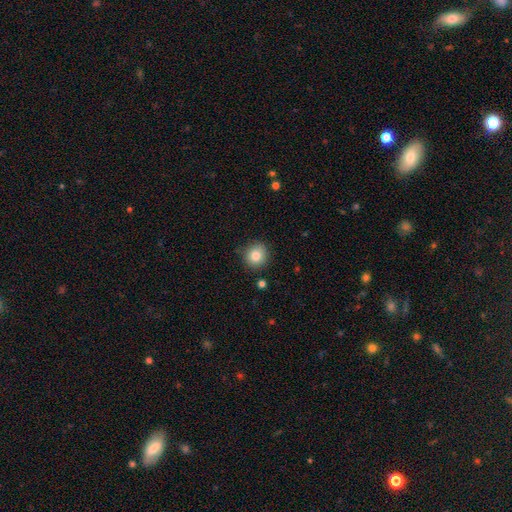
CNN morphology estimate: smooth 82%, star or artifact 10%, featured or disk 8%. Down the decision tree: how rounded — round (90%); merging — none (87%).